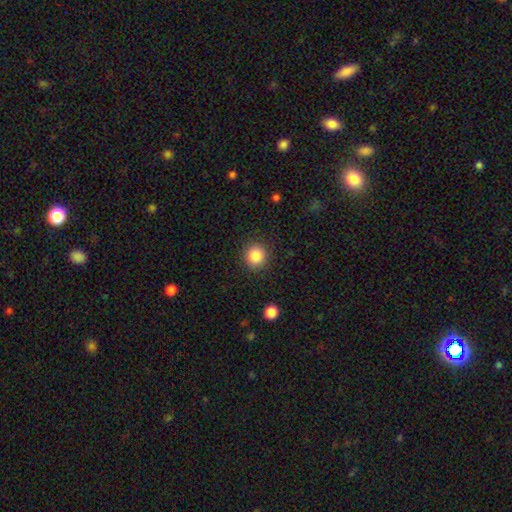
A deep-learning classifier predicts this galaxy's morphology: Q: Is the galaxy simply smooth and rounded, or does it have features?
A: smooth — 85%.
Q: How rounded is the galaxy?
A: round — 90%.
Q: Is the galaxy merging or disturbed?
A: none — 90%.